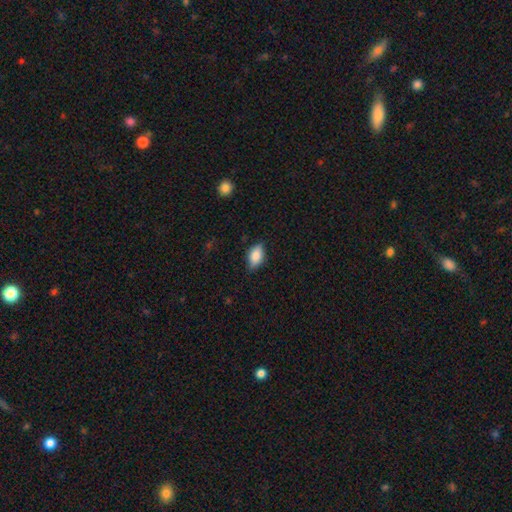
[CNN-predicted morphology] This appears to be a smooth galaxy with no disk features (83%) that is in between round and cigar-shaped (89%). Merging: none (78%).